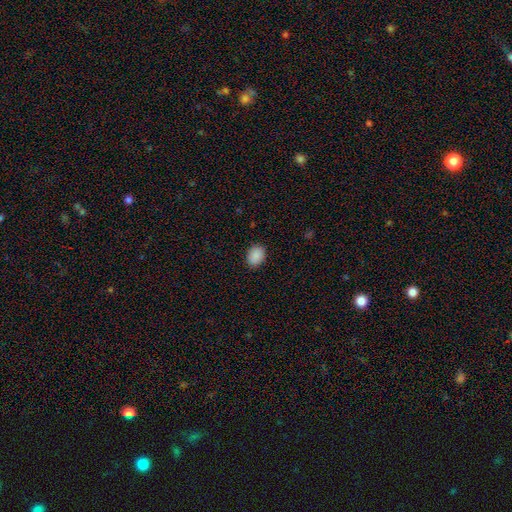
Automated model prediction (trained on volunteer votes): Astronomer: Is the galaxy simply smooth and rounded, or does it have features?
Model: smooth — 89%.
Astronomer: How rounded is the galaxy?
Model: in between — 66%.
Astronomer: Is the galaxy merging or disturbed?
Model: none — 88%.